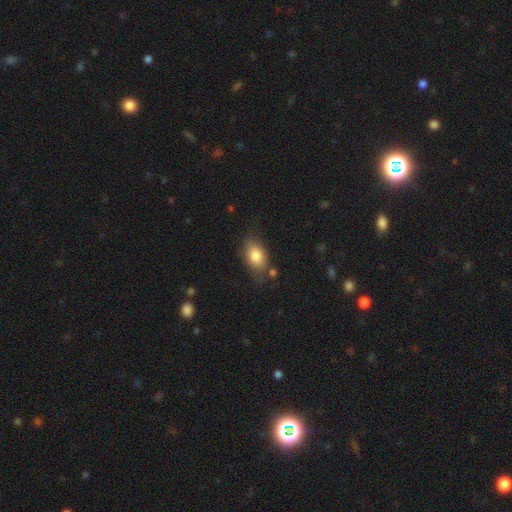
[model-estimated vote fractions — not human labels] A smooth galaxy with no disk features (81%) that is in between round and cigar-shaped (88%).

Vote fractions:
- Smooth or featured? smooth: 81% / featured or disk: 12% / star or artifact: 7%
- How rounded? in between: 88% / round: 9% / cigar-shaped: 3%
- Merging? none: 69% / minor disturbance: 21% / major disturbance: 6% / merger: 4%